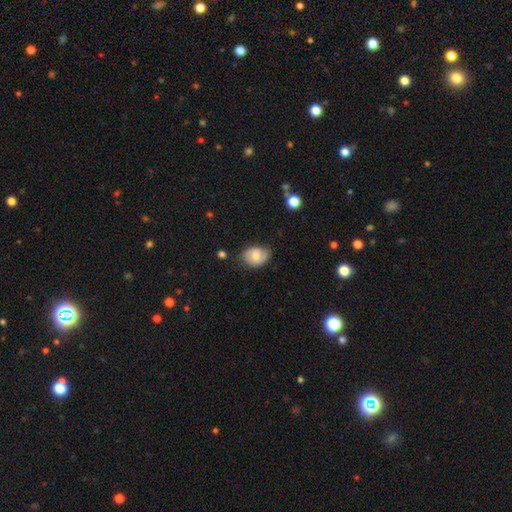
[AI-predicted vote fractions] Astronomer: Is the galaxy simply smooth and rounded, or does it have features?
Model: smooth — 56% (runner-up: featured or disk, 36%).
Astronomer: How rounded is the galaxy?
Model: in between — 67%.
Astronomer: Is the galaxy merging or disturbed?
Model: none — 66%.